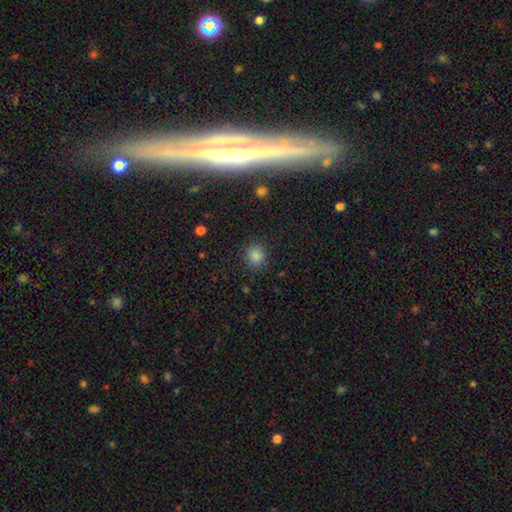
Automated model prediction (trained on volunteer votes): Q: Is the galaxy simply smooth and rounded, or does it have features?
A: smooth — 85%.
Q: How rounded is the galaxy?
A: round — 84%.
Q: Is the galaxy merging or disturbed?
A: none — 88%.